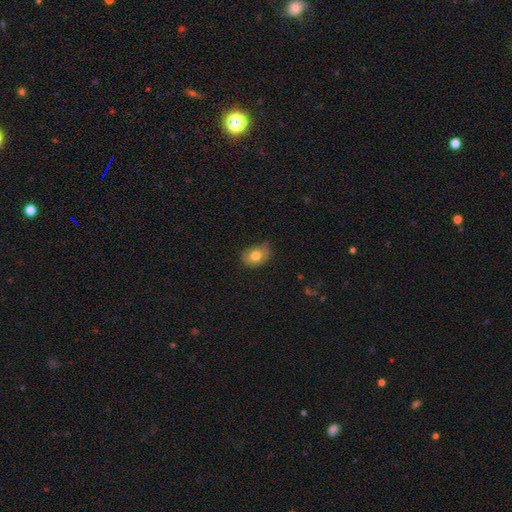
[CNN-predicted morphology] A smooth galaxy with no disk features (71%) that is in between round and cigar-shaped (62%).

Vote fractions:
- Smooth or featured? smooth: 71% / featured or disk: 21% / star or artifact: 8%
- How rounded? in between: 62% / round: 36% / cigar-shaped: 1%
- Merging? none: 52% / minor disturbance: 36% / major disturbance: 10% / merger: 2%